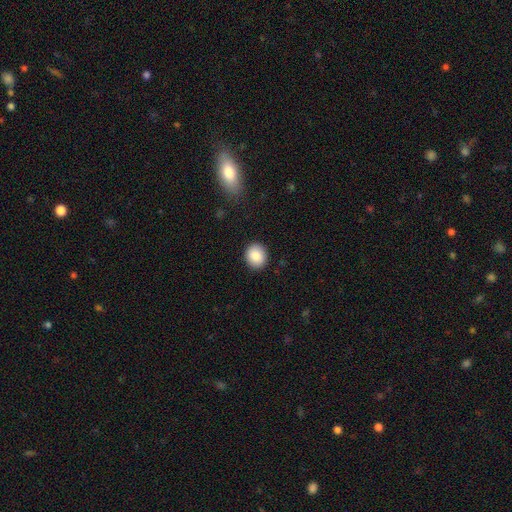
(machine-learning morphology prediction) This is clearly a smooth galaxy (87%). How rounded: likely round (72%). Merging: clearly none (90%).